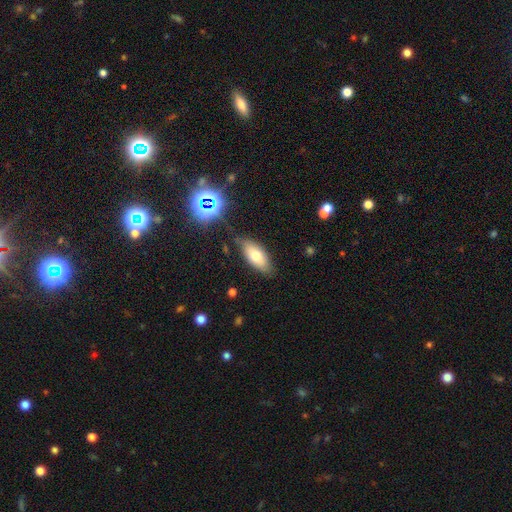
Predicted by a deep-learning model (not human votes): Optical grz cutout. It shows a smooth galaxy with no disk features (69%) that is in between round and cigar-shaped (86%). Merging: none (76%).